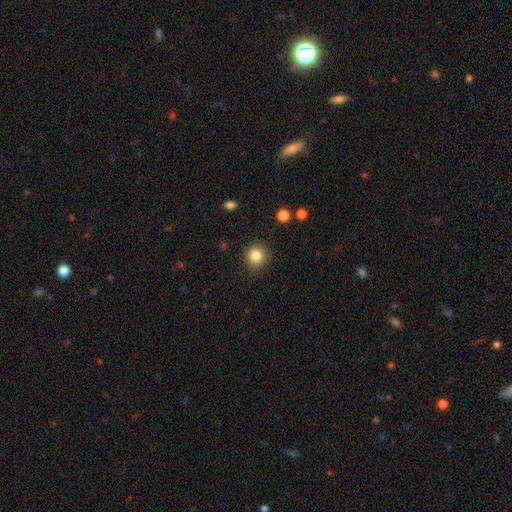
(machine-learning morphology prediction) This appears to be a smooth galaxy with no disk features (84%) that is round (91%). Merging: none (89%).